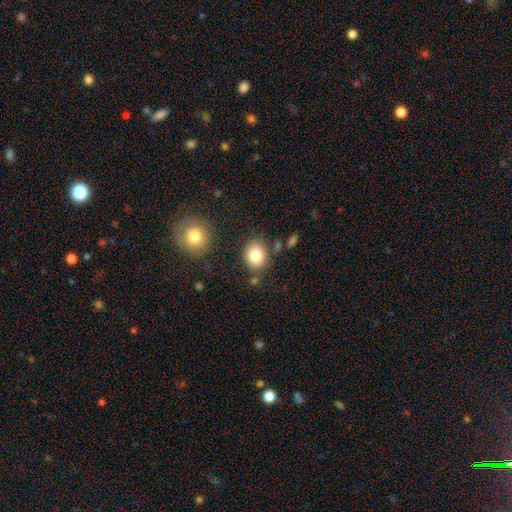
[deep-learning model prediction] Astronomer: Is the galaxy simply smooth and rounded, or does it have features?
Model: smooth — 84%.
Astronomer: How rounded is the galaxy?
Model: round — 60% (runner-up: in between, 39%).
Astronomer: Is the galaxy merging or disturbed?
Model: none — 77%.